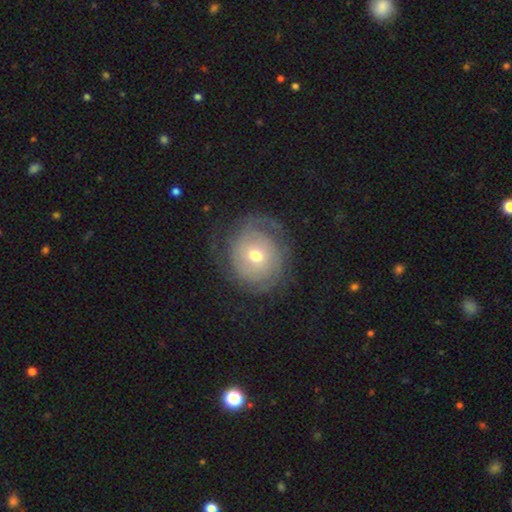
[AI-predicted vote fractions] Smooth or featured? Predicted: featured or disk (p=0.67). Edge-on disk? Predicted: no (p=0.97). Bar? Predicted: no (p=0.74). Spiral arms? Predicted: yes (p=0.84). Spiral winding? Predicted: tight (p=0.68). Spiral arm count? Predicted: can't tell (p=0.41). Bulge size? Predicted: moderate (p=0.59). Merging? Predicted: none (p=0.70).